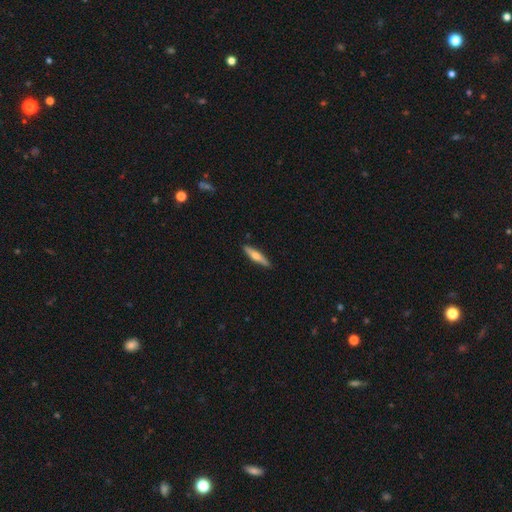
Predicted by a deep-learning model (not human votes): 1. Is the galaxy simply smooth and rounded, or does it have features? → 47% featured or disk (tied), 47% smooth (tied), 5% star or artifact.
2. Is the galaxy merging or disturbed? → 90% none, 7% minor disturbance, 1% major disturbance, 1% merger.